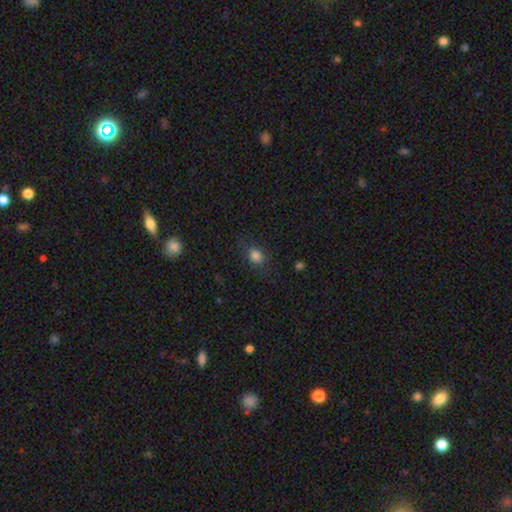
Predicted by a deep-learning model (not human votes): Overall: smooth (81%). How rounded: round (53%; in between 46%). Merging: none (77%).